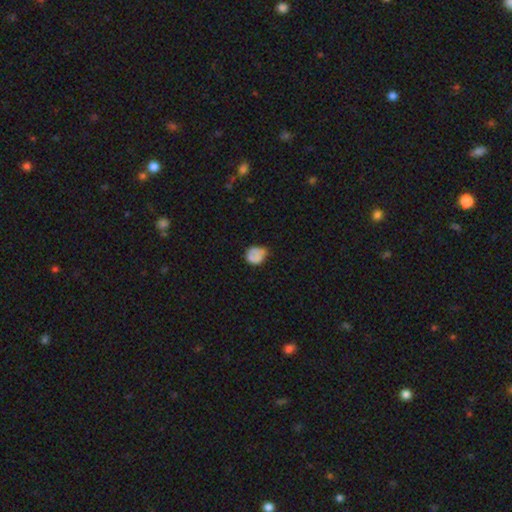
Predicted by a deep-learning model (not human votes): The model was most divided on "merging": none: 46%, minor disturbance: 34%, major disturbance: 15%, merger: 5%. More confident: smooth or featured — smooth (65%); how rounded — round (59%).